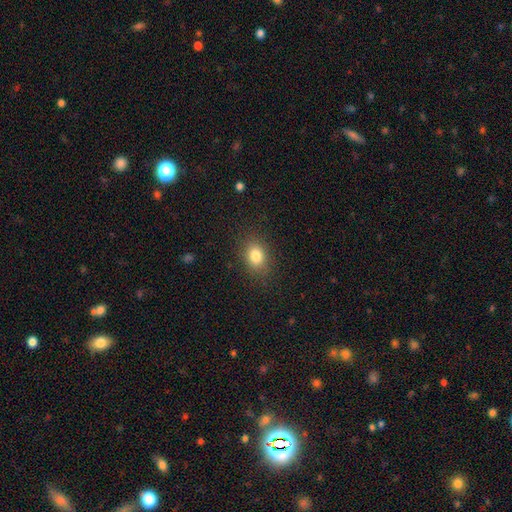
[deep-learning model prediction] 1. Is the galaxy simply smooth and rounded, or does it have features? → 82% smooth, 10% star or artifact, 7% featured or disk.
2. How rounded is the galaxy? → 61% in between, 37% round, 1% cigar-shaped.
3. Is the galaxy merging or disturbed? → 86% none, 10% minor disturbance, 3% major disturbance, 1% merger.